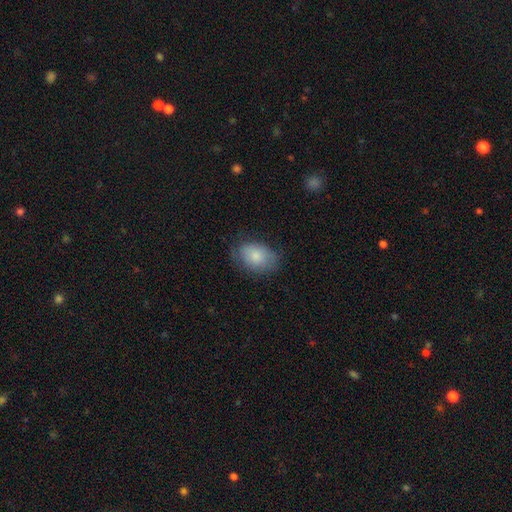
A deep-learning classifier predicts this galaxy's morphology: This is clearly a smooth galaxy (82%). How rounded: likely in between (77%). Merging: likely none (70%).